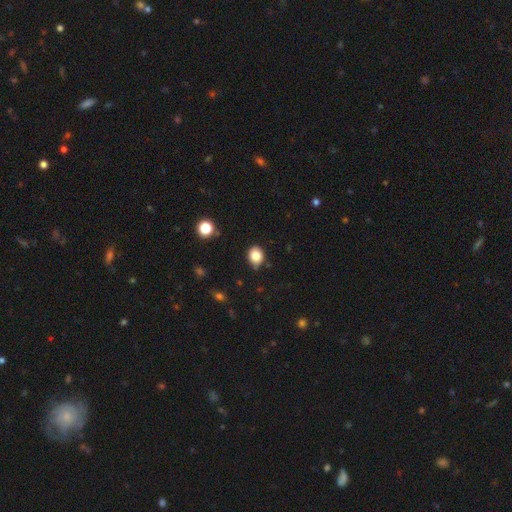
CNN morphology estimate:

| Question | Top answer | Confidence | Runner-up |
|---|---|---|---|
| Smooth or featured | smooth | 84% | star or artifact (11%) |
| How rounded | round | 60% | in between (39%) |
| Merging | none | 76% | minor disturbance (19%) |